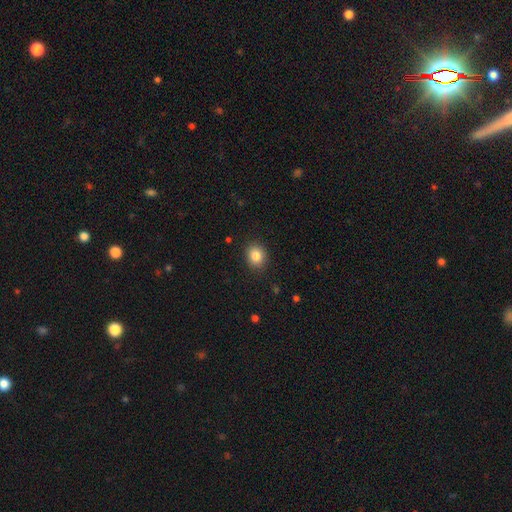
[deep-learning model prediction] smooth-or-featured: smooth: 85% | star or artifact: 10% | featured or disk: 5%
  how-rounded: round: 64% | in between: 35% | cigar-shaped: 1%
  merging: none: 88% | minor disturbance: 8% | major disturbance: 2% | merger: 1%